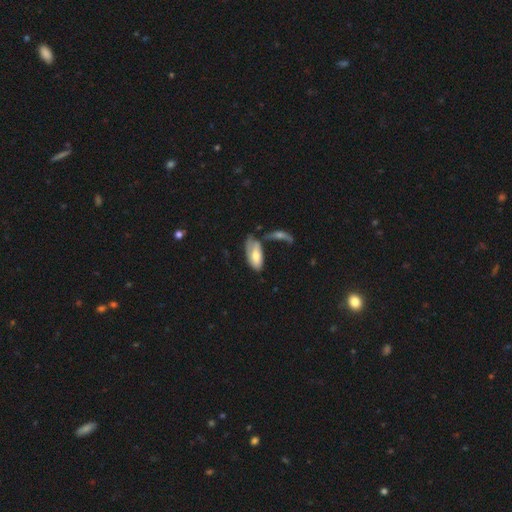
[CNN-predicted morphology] A smooth galaxy with no disk features (61%) that is in between round and cigar-shaped (87%). Merging: merger (31%).